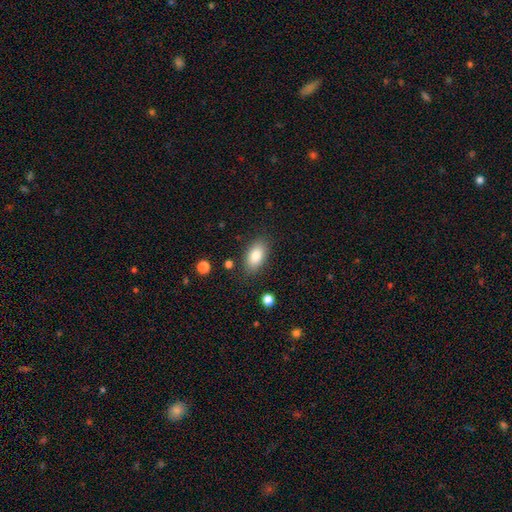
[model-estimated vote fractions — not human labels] Smooth or featured? smooth (83%)
How rounded? in between (91%)
Merging? none (84%)